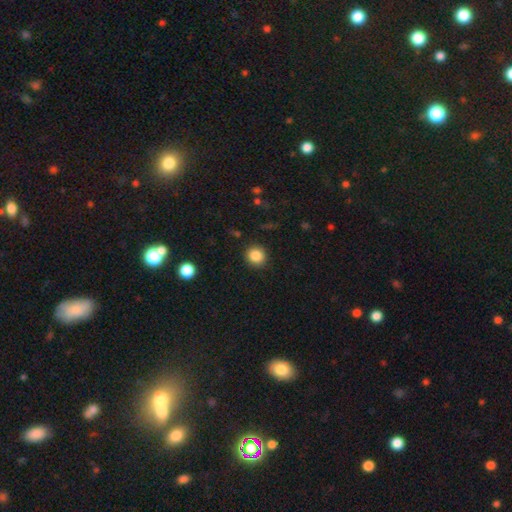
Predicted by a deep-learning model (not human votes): Overall: smooth (86%). How rounded: round (90%). Merging: none (91%).